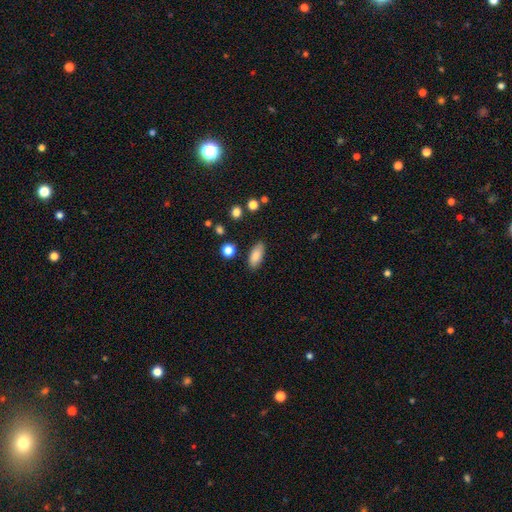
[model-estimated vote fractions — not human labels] This appears to be a smooth galaxy with no disk features (86%) that is in between round and cigar-shaped (85%). Merging: none (85%).